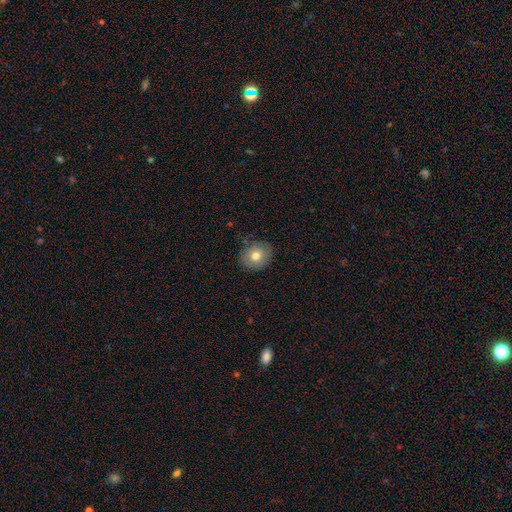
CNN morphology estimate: Q: Smooth or featured?
A: smooth (73%); runner-up: featured or disk (18%)
Q: How rounded?
A: round (77%); runner-up: in between (22%)
Q: Merging?
A: none (83%); runner-up: minor disturbance (12%)